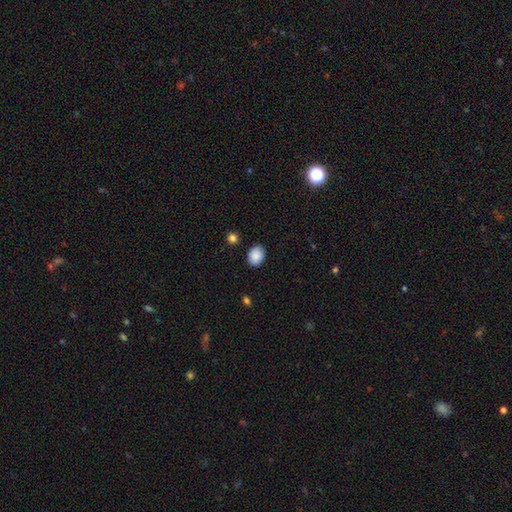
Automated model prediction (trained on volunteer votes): smooth-or-featured: smooth: 89% | star or artifact: 8% | featured or disk: 4%
  how-rounded: in between: 60% | round: 39% | cigar-shaped: 1%
  merging: none: 86% | minor disturbance: 10% | major disturbance: 2% | merger: 2%